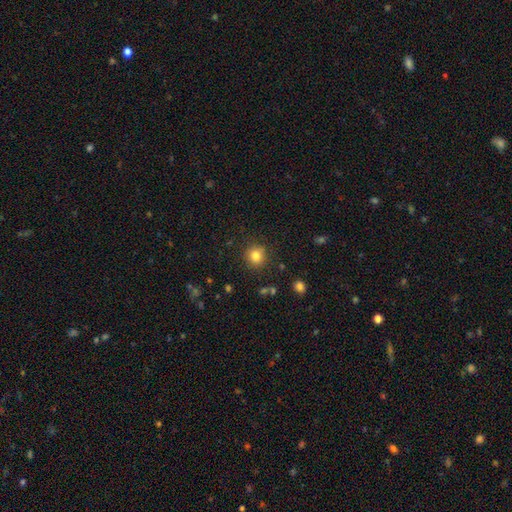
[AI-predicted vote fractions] smooth-or-featured: smooth: 82% | star or artifact: 12% | featured or disk: 6%
  how-rounded: round: 90% | in between: 9% | cigar-shaped: 1%
  merging: none: 88% | minor disturbance: 8% | major disturbance: 3% | merger: 2%